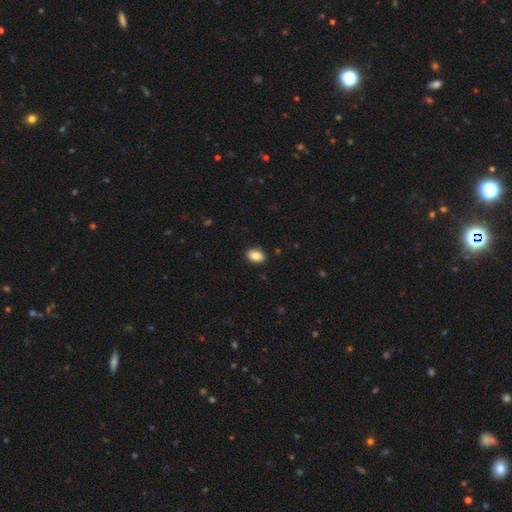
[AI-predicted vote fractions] Q: Smooth or featured?
A: smooth (87%); runner-up: star or artifact (8%)
Q: How rounded?
A: in between (88%); runner-up: round (11%)
Q: Merging?
A: none (89%); runner-up: minor disturbance (8%)